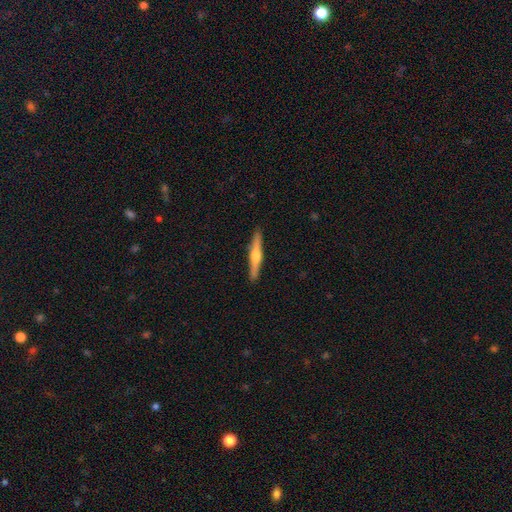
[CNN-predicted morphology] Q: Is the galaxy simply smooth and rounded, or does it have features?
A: featured or disk — 66%.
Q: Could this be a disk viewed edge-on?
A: yes — 98%.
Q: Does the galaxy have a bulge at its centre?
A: rounded — 92%.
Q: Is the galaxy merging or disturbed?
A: none — 91%.